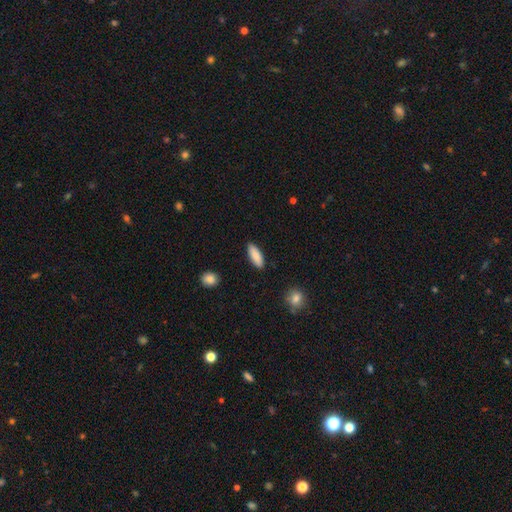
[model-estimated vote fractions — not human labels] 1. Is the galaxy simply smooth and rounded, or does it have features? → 88% smooth, 6% featured or disk, 6% star or artifact.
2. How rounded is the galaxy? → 65% in between, 33% cigar-shaped, 2% round.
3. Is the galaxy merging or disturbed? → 88% none, 8% minor disturbance, 2% major disturbance, 1% merger.